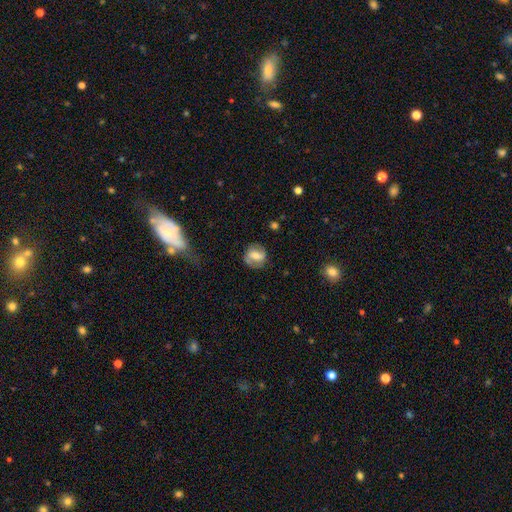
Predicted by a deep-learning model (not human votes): Smooth or featured? featured or disk (56%)
Edge-on disk? no (95%)
Bar? weak (41%)
Spiral arms? yes (78%)
Bulge size? moderate (60%)
Merging? none (78%)